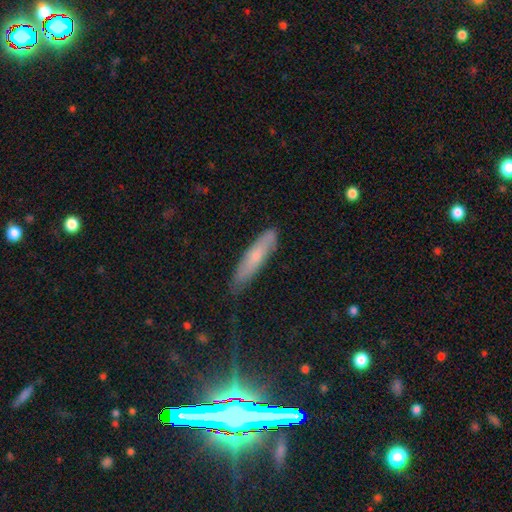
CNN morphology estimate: This is likely a smooth galaxy (61%). How rounded: clearly cigar-shaped (82%). Merging: likely none (79%).